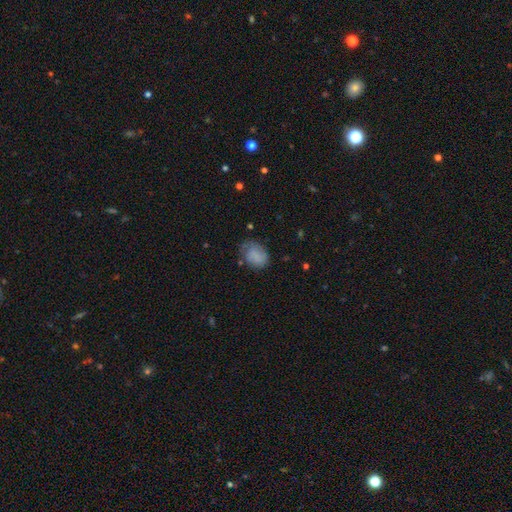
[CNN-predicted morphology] A smooth galaxy with no disk features (75%) that is in between round and cigar-shaped (68%). Merging: none (54%).